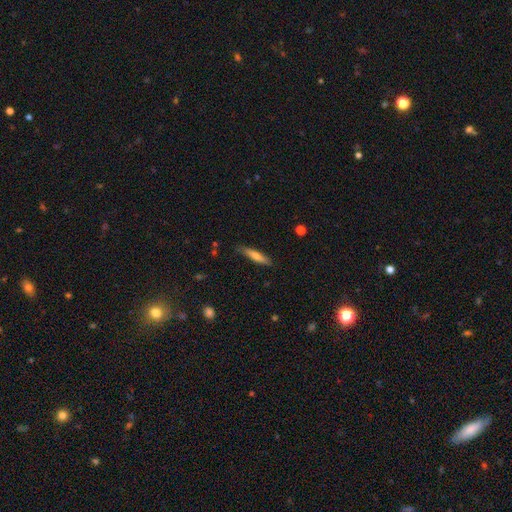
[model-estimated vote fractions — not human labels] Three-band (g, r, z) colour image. It shows a smooth galaxy with no disk features (62%) that is cigar-shaped (89%). Merging: none (85%).